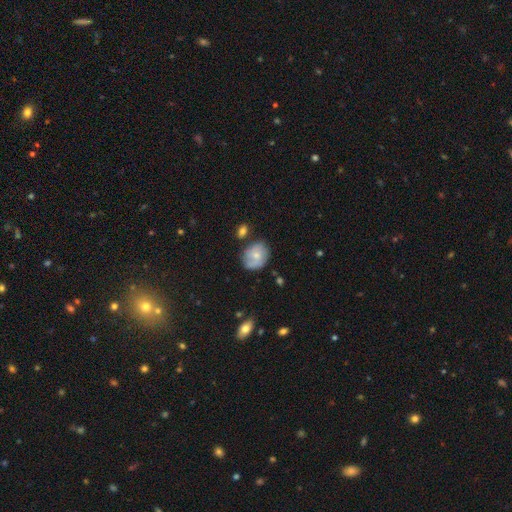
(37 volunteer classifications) Smooth or featured?
  - smooth: 62% *
  - featured or disk: 38%
  - star or artifact: 0%
How rounded?
  - round: 70% *
  - in between: 30%
  - cigar-shaped: 0%
Merging?
  - none: 84% *
  - minor disturbance: 11%
  - major disturbance: 3%
  - merger: 3%